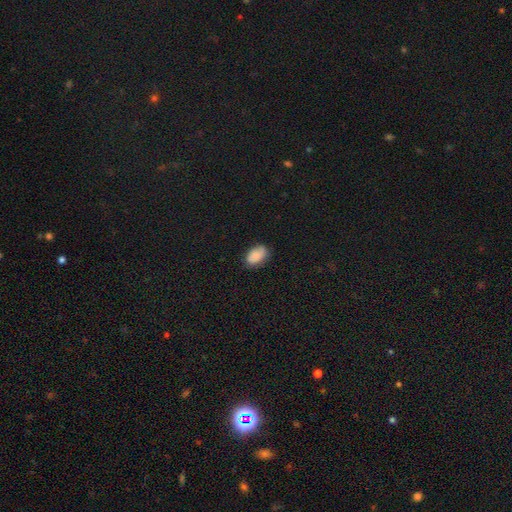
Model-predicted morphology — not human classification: Smooth or featured? Predicted: smooth (p=0.81). How rounded? Predicted: in between (p=0.91). Merging? Predicted: none (p=0.76).